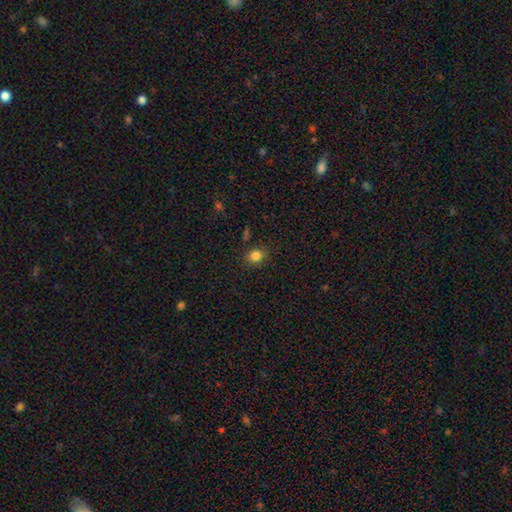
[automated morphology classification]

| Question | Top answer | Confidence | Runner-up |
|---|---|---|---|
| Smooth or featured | smooth | 82% | star or artifact (13%) |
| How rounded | round | 69% | in between (30%) |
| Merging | none | 85% | minor disturbance (10%) |